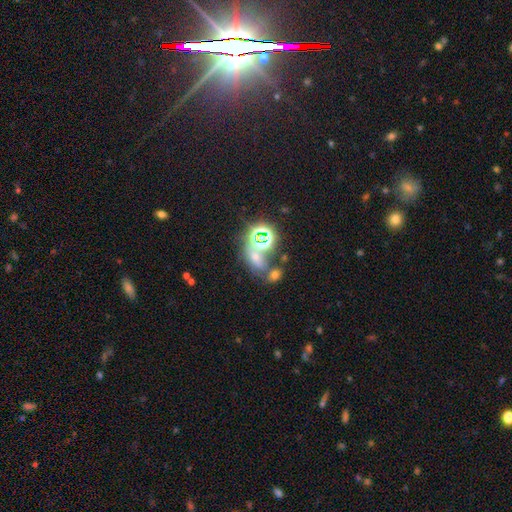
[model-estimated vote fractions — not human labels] This is likely a star or artifact rather than a galaxy (61%).